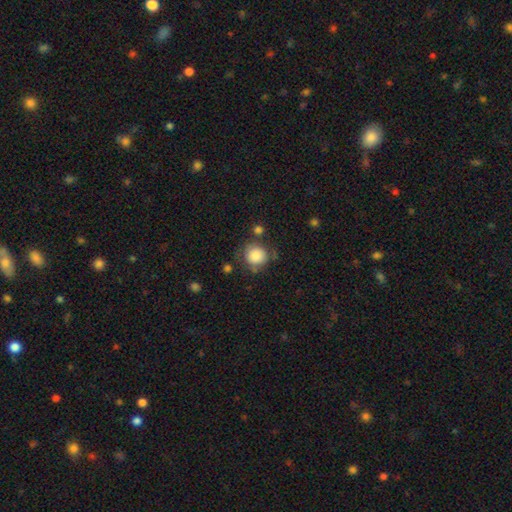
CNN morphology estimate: Smooth or featured? Predicted: smooth (p=0.85). How rounded? Predicted: round (p=0.88). Merging? Predicted: none (p=0.69).